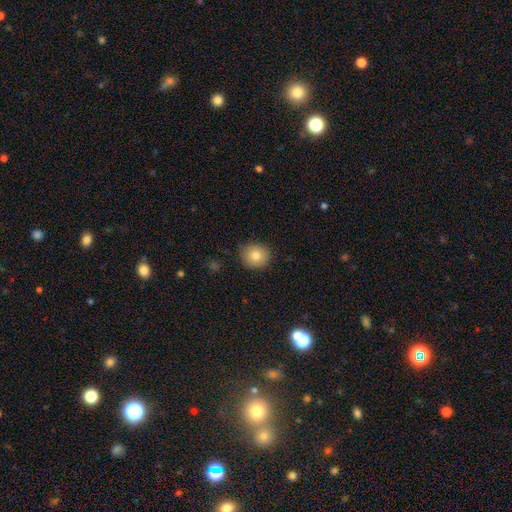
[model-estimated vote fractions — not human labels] This appears to be a smooth galaxy with no disk features (81%) that is round (84%). Merging: none (86%).